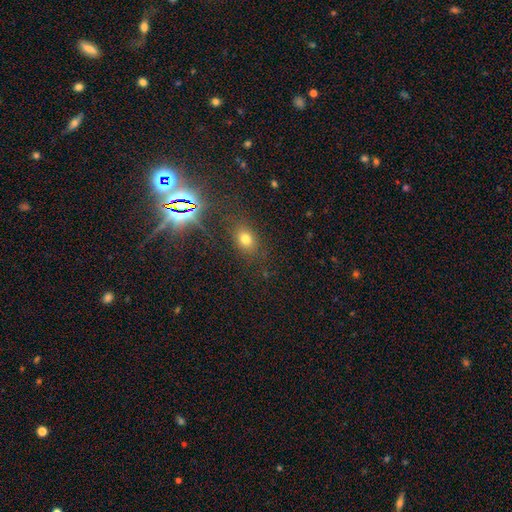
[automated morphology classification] A star or artifact, not a galaxy (50%).

Vote fractions:
- Smooth or featured? star or artifact: 50% / smooth: 39% / featured or disk: 11%